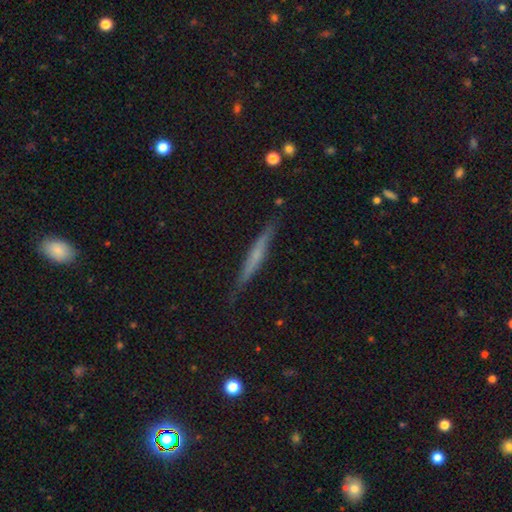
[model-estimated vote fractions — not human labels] A featured or disk galaxy (56%) viewed edge-on (96%) with no central bulge (61%). Merging: none (85%).